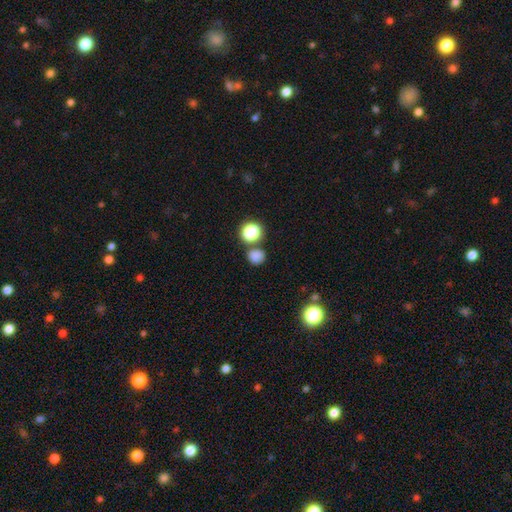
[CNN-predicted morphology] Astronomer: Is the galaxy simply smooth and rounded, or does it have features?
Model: smooth — 78%.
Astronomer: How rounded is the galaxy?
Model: round — 87%.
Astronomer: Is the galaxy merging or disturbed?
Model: none — 71%.